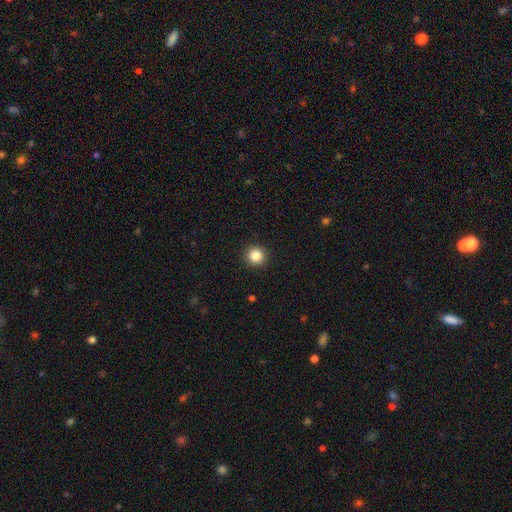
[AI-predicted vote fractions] This is clearly a smooth galaxy (85%). How rounded: clearly round (95%). Merging: clearly none (93%).